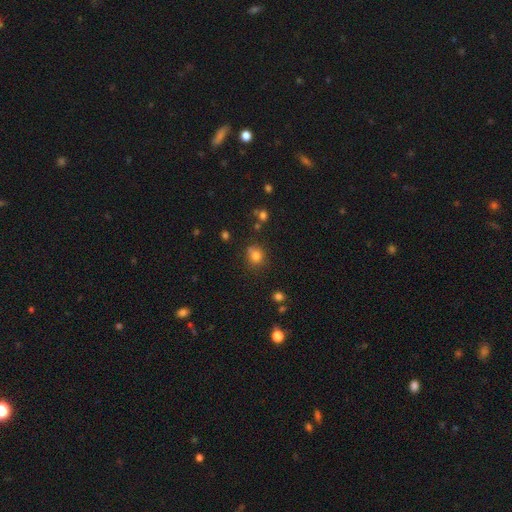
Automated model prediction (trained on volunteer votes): A smooth galaxy with no disk features (78%) that is round (81%). Merging: none (67%).